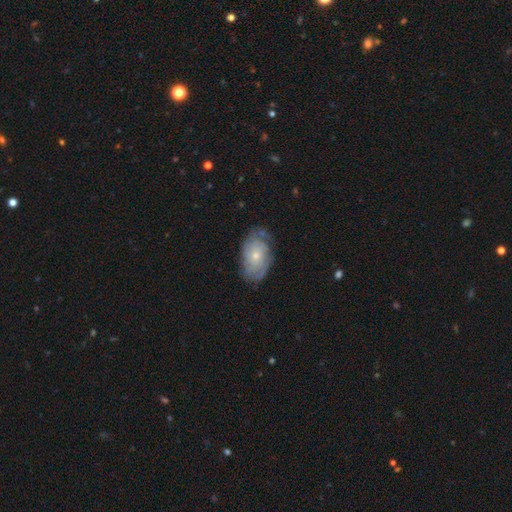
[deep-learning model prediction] Smooth or featured? Predicted: featured or disk (p=0.65). Edge-on disk? Predicted: no (p=0.95). Bar? Predicted: no (p=0.81). Spiral arms? Predicted: yes (p=0.83). Spiral winding? Predicted: tight (p=0.62). Spiral arm count? Predicted: can't tell (p=0.53). Bulge size? Predicted: small (p=0.61). Merging? Predicted: none (p=0.67).